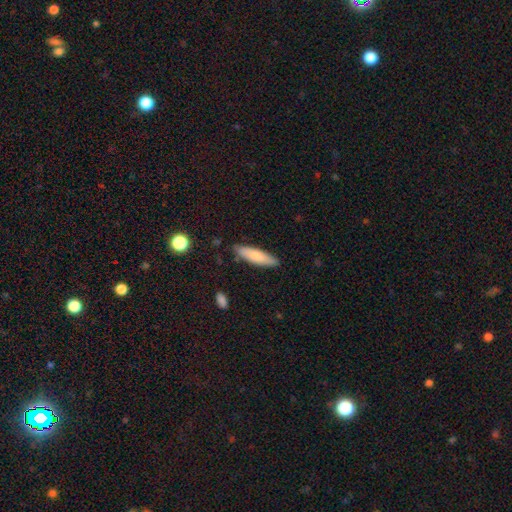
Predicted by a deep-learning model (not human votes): Morphology: type=smooth (76%); roundness=cigar-shaped (67%); merging=none (84%).